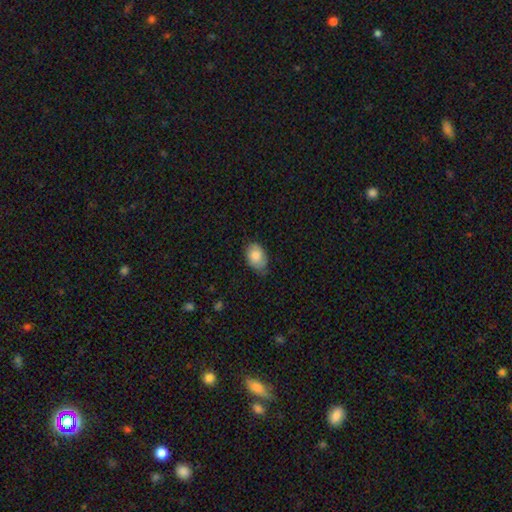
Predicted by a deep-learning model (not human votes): The model was most divided on "merging": none: 60%, minor disturbance: 33%, major disturbance: 6%, merger: 1%. More confident: how rounded — in between (87%); smooth or featured — smooth (84%).